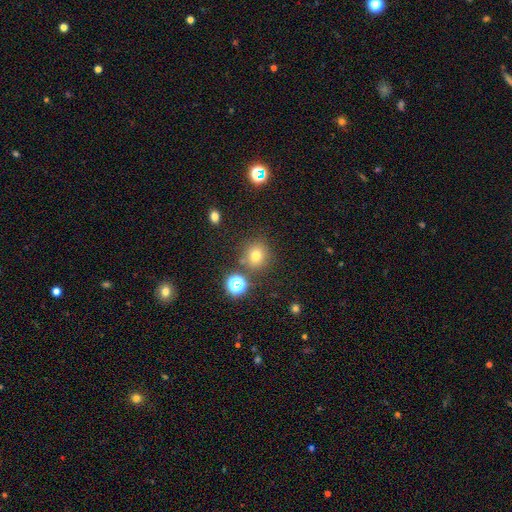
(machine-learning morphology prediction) The model was most divided on "smooth or featured": smooth: 72%, star or artifact: 19%, featured or disk: 9%. More confident: how rounded — round (87%); merging — none (79%).